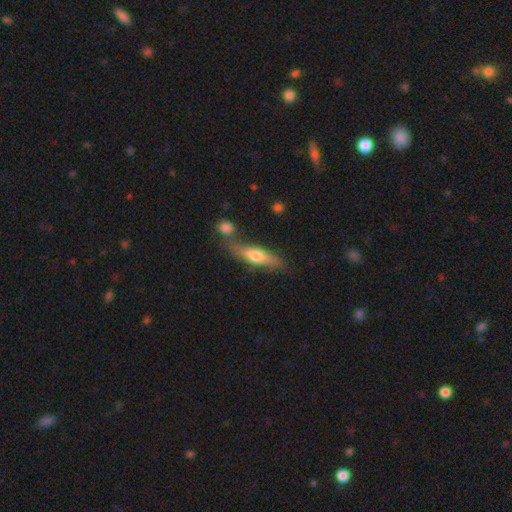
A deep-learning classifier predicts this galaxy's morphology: Overall: smooth (55%; featured or disk 39%). How rounded: cigar-shaped (68%; in between 30%). Merging: none (59%; merger 20%).